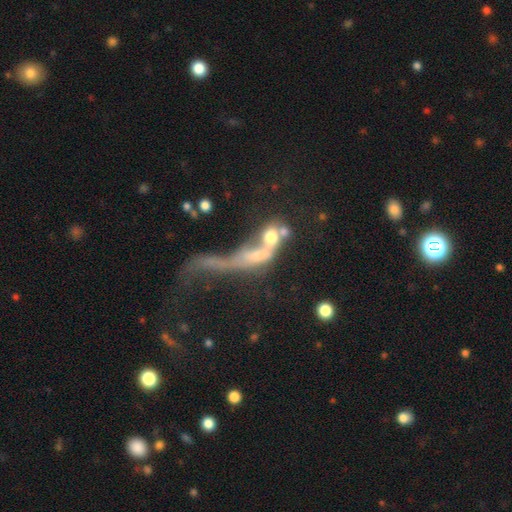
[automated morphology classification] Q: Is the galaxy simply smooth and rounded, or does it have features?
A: smooth — 44%.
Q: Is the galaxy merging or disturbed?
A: merger — 66%.